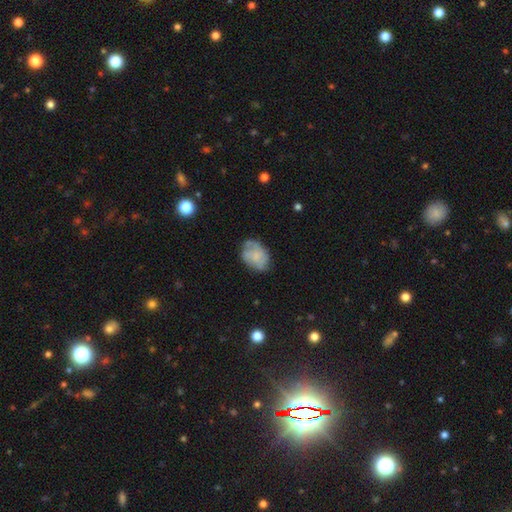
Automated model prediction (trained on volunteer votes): This is possibly a featured or disk galaxy (47%). Merging: possibly none (59%).